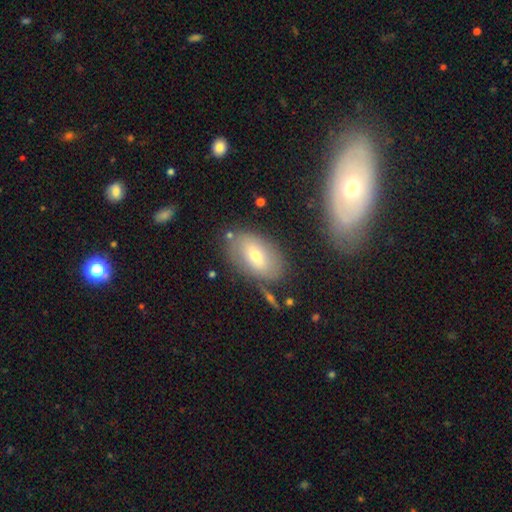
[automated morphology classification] This appears to be a smooth galaxy with no disk features (60%) that is in between round and cigar-shaped (90%). Merging: none (70%).